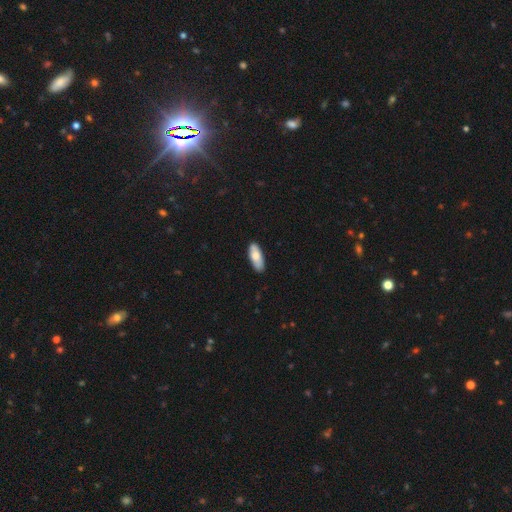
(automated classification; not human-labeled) smooth-or-featured: smooth: 70% | featured or disk: 24% | star or artifact: 6%
  how-rounded: in between: 74% | cigar-shaped: 23% | round: 2%
  merging: none: 86% | minor disturbance: 11% | major disturbance: 2% | merger: 1%